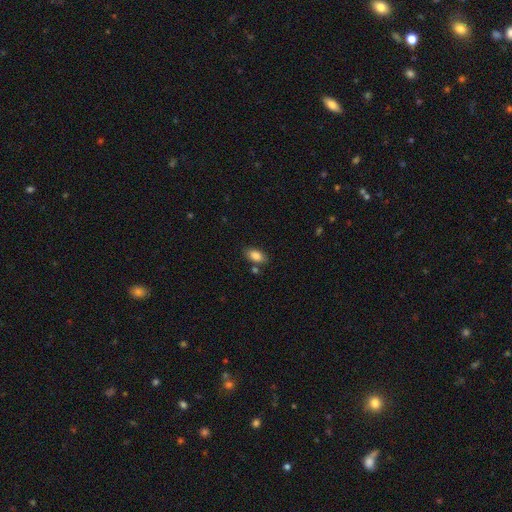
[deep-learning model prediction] Morphology: type=smooth (86%); roundness=in between (91%); merging=none (78%).